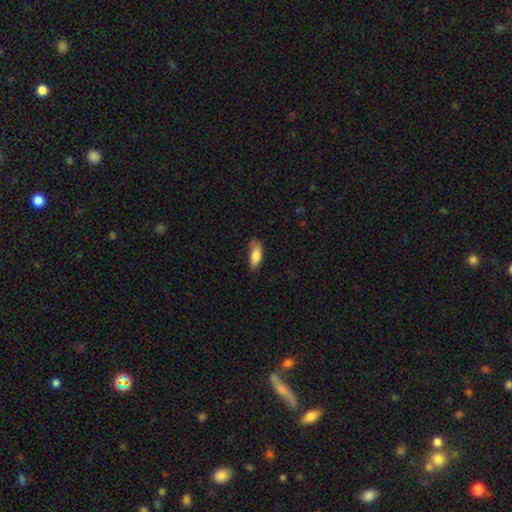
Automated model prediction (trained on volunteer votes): smooth-or-featured: smooth: 82% | featured or disk: 11% | star or artifact: 7%
  how-rounded: in between: 82% | cigar-shaped: 16% | round: 2%
  merging: none: 54% | minor disturbance: 33% | major disturbance: 9% | merger: 3%